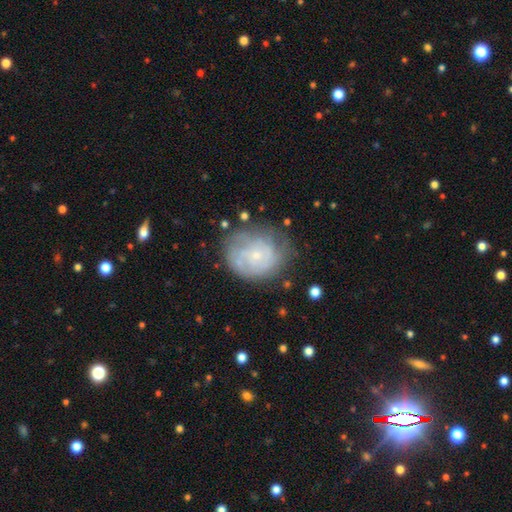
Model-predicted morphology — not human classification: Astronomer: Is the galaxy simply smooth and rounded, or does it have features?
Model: featured or disk — 66%.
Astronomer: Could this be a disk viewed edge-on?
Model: no — 98%.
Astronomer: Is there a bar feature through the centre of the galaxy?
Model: no — 80%.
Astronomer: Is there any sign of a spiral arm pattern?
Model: yes — 81%.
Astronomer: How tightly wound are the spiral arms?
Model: tight — 63%.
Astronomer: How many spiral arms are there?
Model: can't tell — 51%.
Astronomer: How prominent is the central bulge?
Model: small — 80%.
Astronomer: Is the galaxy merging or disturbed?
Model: none — 66%.